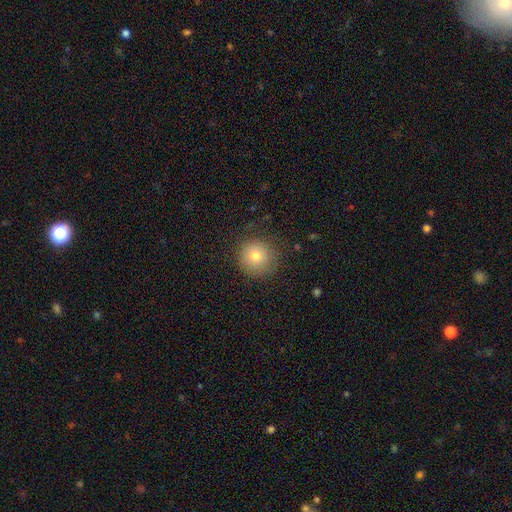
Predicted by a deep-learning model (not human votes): smooth 75%, star or artifact 13%, featured or disk 13%. Down the decision tree: how rounded — round (94%); merging — none (83%).